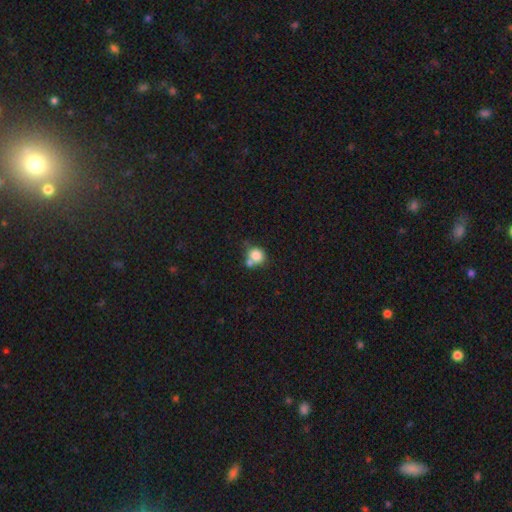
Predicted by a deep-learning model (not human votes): Smooth or featured?
  - smooth: 81% *
  - star or artifact: 10%
  - featured or disk: 8%
How rounded?
  - round: 76% *
  - in between: 23%
  - cigar-shaped: 1%
Merging?
  - none: 47% *
  - merger: 34%
  - minor disturbance: 13%
  - major disturbance: 5%